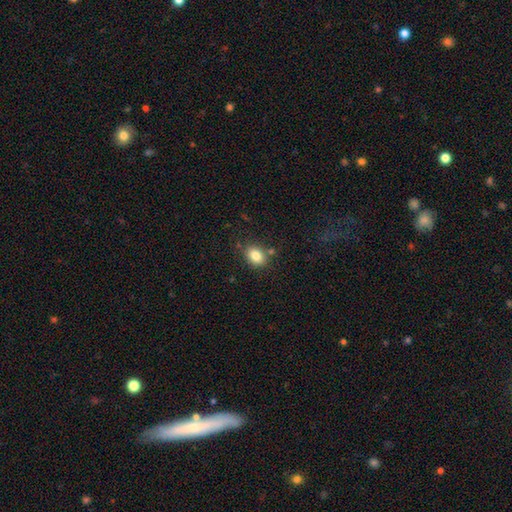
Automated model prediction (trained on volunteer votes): A smooth galaxy with no disk features (83%) that is in between round and cigar-shaped (65%).

Vote fractions:
- Smooth or featured? smooth: 83% / star or artifact: 10% / featured or disk: 7%
- How rounded? in between: 65% / round: 34% / cigar-shaped: 1%
- Merging? none: 77% / minor disturbance: 13% / merger: 7% / major disturbance: 3%